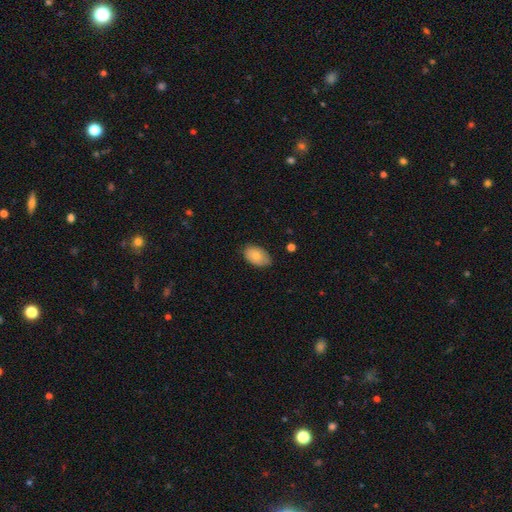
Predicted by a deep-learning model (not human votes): Overall: smooth (79%). How rounded: in between (90%). Merging: none (71%).